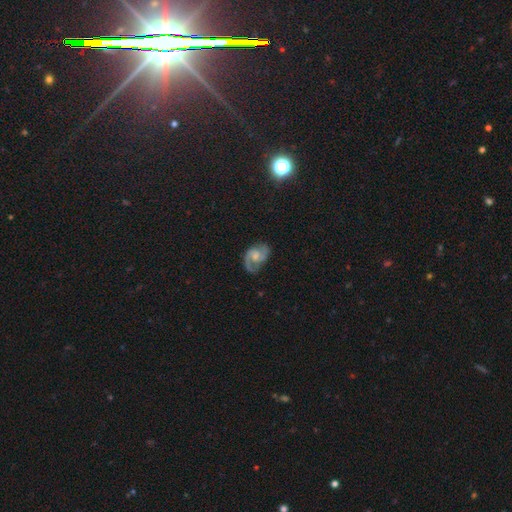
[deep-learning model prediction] A featured or disk galaxy (83%) with no bar (50%), 2 (89%) medium (56%) spiral arms (96%) and a moderate central bulge (39%). Merging: none (74%).